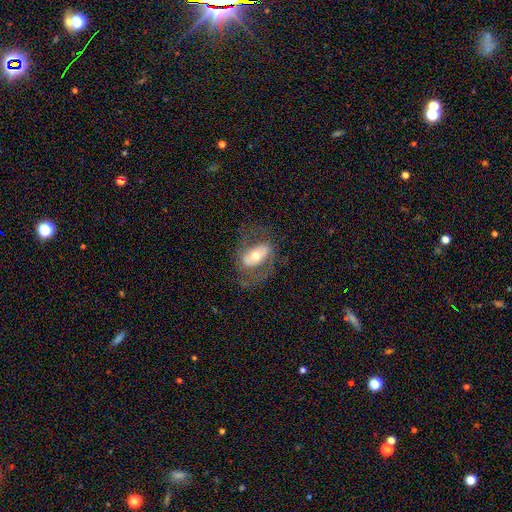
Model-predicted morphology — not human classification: This appears to be a featured or disk galaxy (61%) with no bar (41%), spiral arms (65%) and a moderate central bulge (66%). Merging: none (62%).